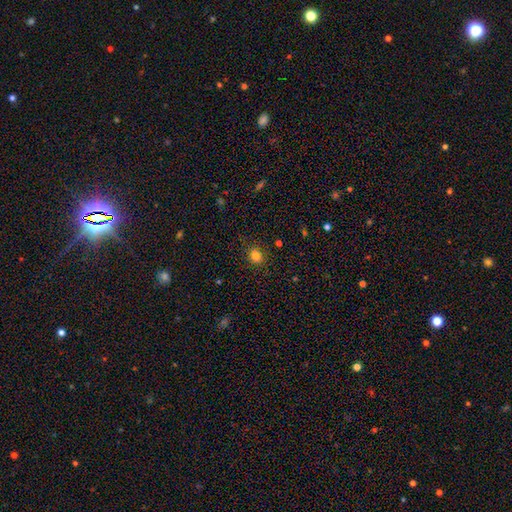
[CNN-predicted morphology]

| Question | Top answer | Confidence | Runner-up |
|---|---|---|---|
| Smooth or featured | smooth | 82% | star or artifact (13%) |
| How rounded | round | 60% | in between (39%) |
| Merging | none | 85% | minor disturbance (11%) |